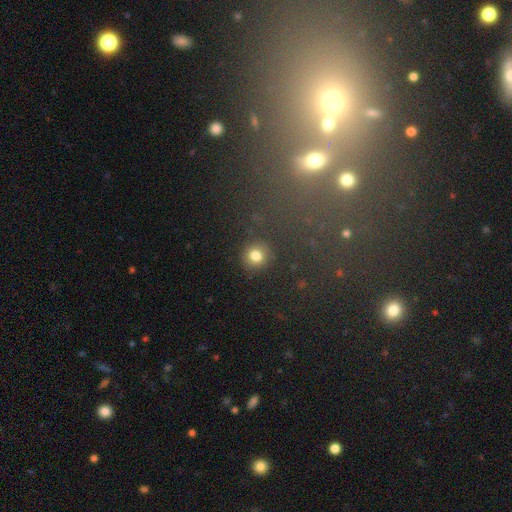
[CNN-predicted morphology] smooth_or_featured: smooth (p=0.80) [alt: star or artifact p=0.14]
how_rounded: round (p=0.89) [alt: in between p=0.10]
merging: none (p=0.87) [alt: minor disturbance p=0.08]